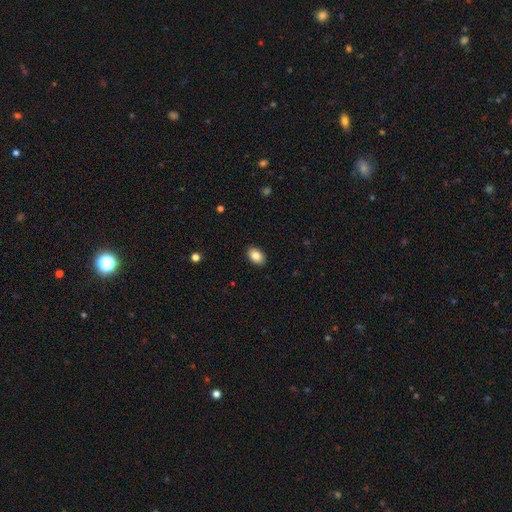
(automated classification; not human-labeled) A smooth galaxy with no disk features (85%) that is in between round and cigar-shaped (87%). Merging: none (90%).